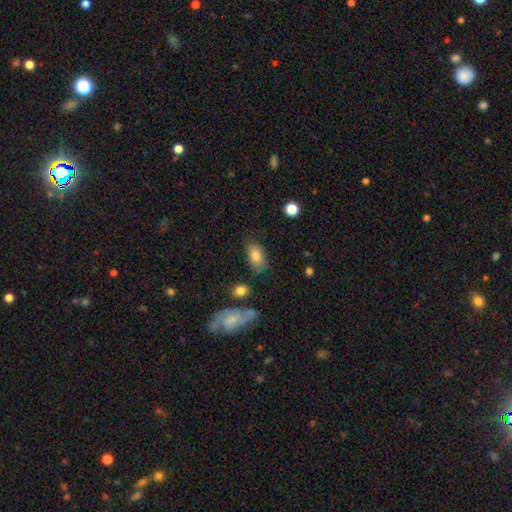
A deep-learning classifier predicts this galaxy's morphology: Smooth or featured? smooth (81%)
How rounded? in between (91%)
Merging? none (68%)